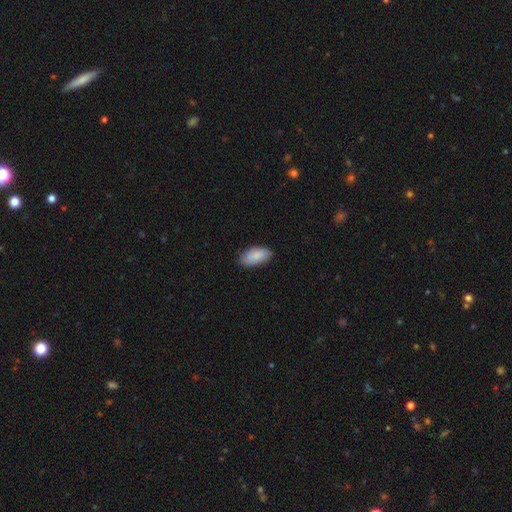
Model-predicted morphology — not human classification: smooth_or_featured: smooth (p=0.85) [alt: featured or disk p=0.10]
how_rounded: in between (p=0.93) [alt: cigar-shaped p=0.04]
merging: none (p=0.81) [alt: minor disturbance p=0.16]